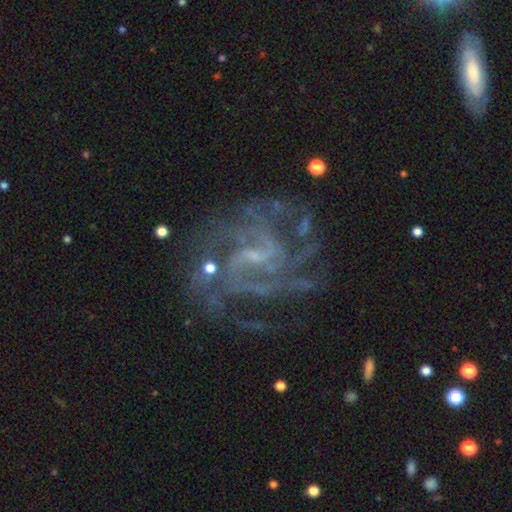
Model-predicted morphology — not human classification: Smooth or featured? featured or disk (88%)
Edge-on disk? no (98%)
Bar? weak (54%)
Spiral arms? yes (95%)
Spiral winding? medium (48%)
Spiral arm count? 4 (25%)
Bulge size? small (64%)
Merging? none (65%)